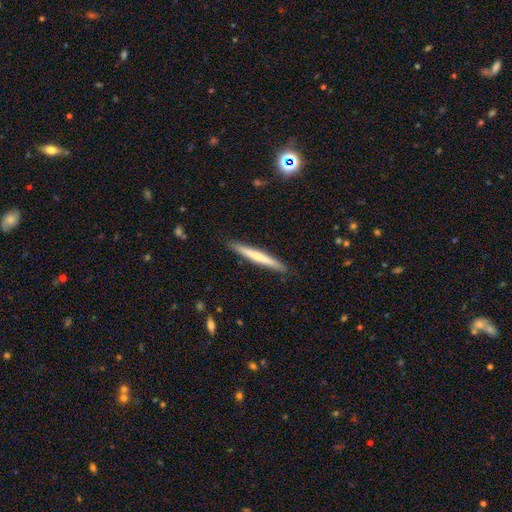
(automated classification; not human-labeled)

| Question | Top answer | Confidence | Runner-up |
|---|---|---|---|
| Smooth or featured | smooth | 53% | featured or disk (41%) |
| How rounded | cigar-shaped | 96% | in between (2%) |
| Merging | none | 91% | minor disturbance (7%) |